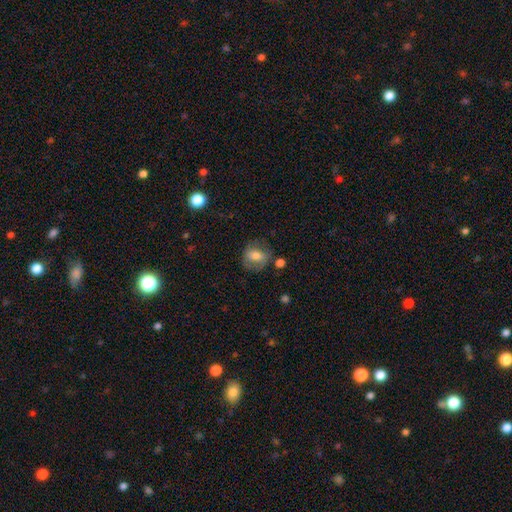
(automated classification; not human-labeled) Smooth or featured: smooth — 63% (featured or disk — 28%)
How rounded: round — 51% (in between — 47%)
Merging: none — 66% (minor disturbance — 20%)